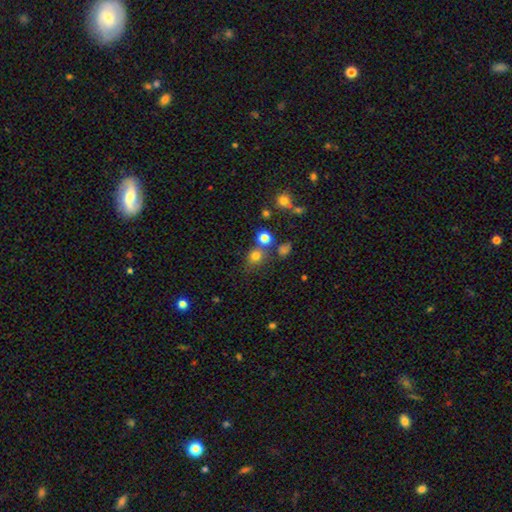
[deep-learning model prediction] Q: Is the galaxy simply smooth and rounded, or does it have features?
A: smooth — 74%.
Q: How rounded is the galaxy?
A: round — 74%.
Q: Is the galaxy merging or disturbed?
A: none — 64%.